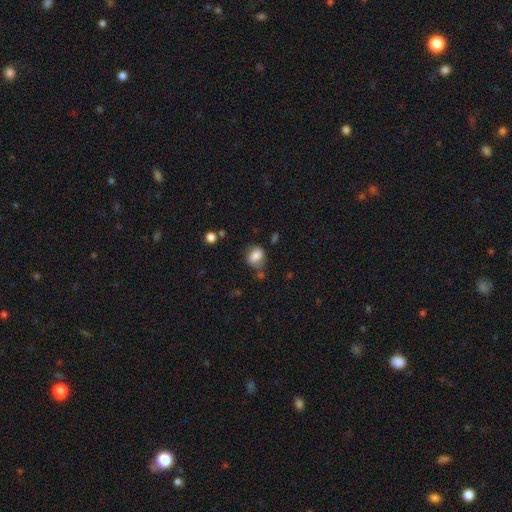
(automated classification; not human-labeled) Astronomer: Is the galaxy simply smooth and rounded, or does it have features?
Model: smooth — 73%.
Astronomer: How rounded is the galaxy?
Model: in between — 64%.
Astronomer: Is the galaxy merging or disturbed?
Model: none — 57%.